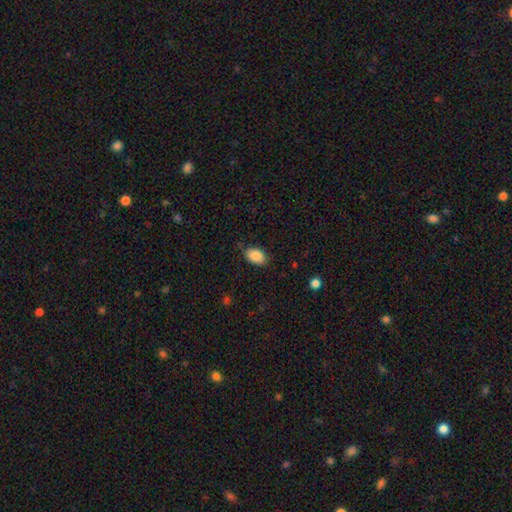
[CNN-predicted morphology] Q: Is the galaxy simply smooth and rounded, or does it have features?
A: smooth — 89%.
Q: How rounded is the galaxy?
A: in between — 92%.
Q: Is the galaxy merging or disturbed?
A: none — 81%.